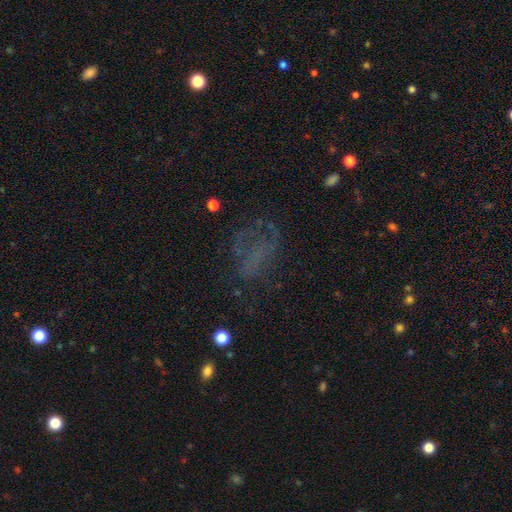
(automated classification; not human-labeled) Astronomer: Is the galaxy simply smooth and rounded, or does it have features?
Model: featured or disk — 36% (runner-up: smooth, 33%).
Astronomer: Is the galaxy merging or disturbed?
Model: none — 47% (runner-up: major disturbance, 31%).